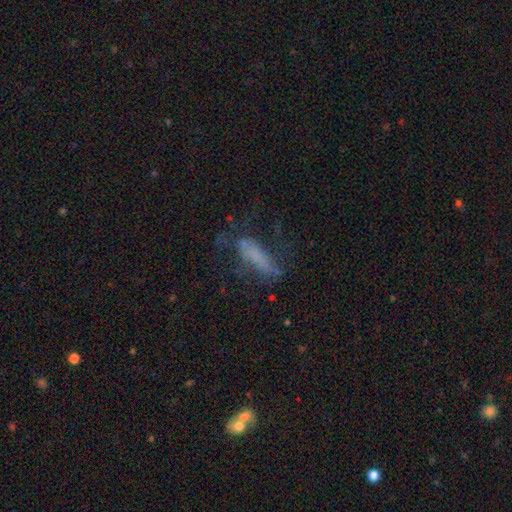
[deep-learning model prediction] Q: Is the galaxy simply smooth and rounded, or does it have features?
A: smooth — 43%.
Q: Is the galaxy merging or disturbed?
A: none — 41%.